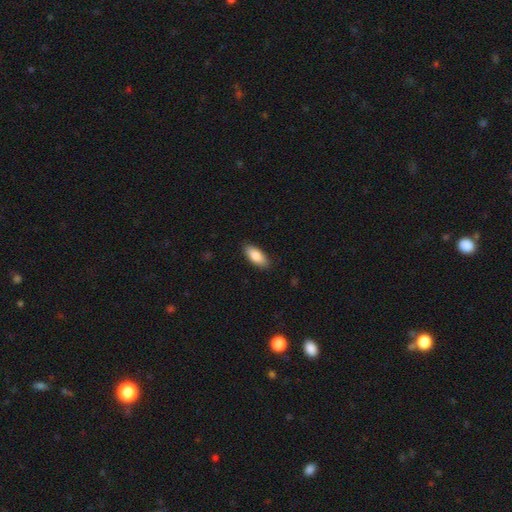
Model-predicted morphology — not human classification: Smooth or featured: smooth — 84% (featured or disk — 10%)
How rounded: in between — 84% (cigar-shaped — 14%)
Merging: none — 88% (minor disturbance — 9%)